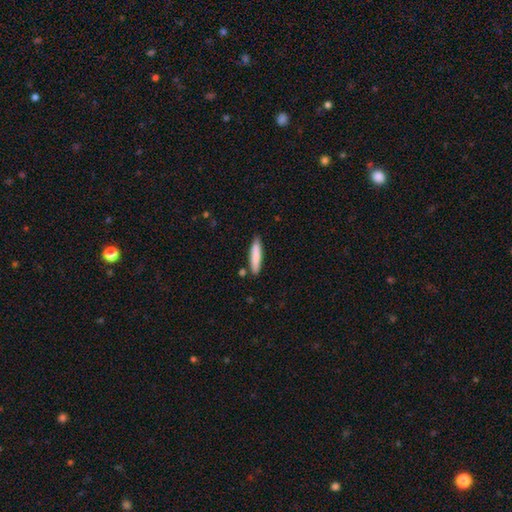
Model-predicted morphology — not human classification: Overall: smooth (83%). How rounded: cigar-shaped (81%). Merging: none (84%).